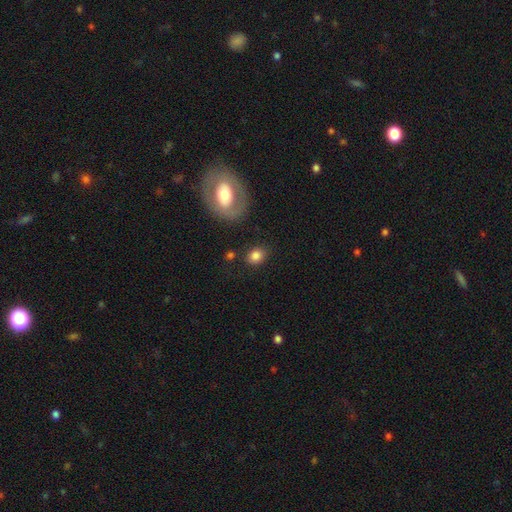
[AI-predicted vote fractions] Smooth or featured?
  - smooth: 82% *
  - star or artifact: 9%
  - featured or disk: 9%
How rounded?
  - round: 50% *
  - in between: 48%
  - cigar-shaped: 1%
Merging?
  - none: 80% *
  - minor disturbance: 11%
  - major disturbance: 4%
  - merger: 4%